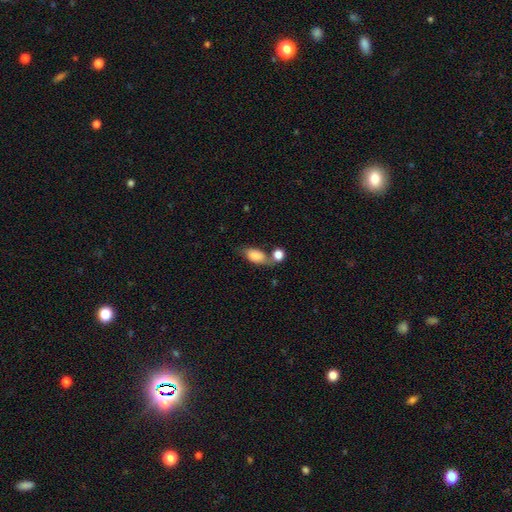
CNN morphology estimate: Smooth or featured? smooth (80%)
How rounded? in between (87%)
Merging? none (37%)